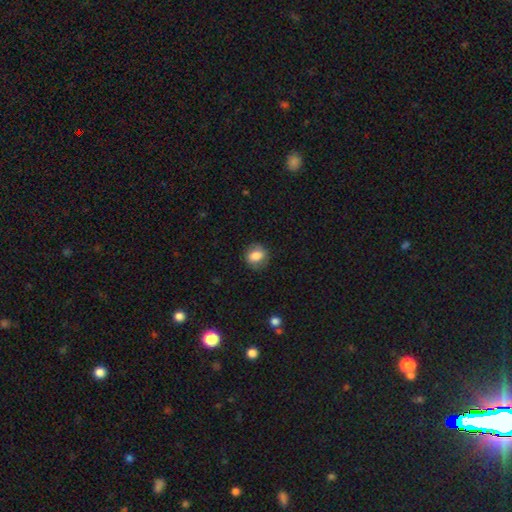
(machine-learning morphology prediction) A smooth galaxy with no disk features (78%) that is round (64%).

Vote fractions:
- Smooth or featured? smooth: 78% / featured or disk: 13% / star or artifact: 9%
- How rounded? round: 64% / in between: 35% / cigar-shaped: 1%
- Merging? none: 83% / minor disturbance: 12% / major disturbance: 4% / merger: 1%